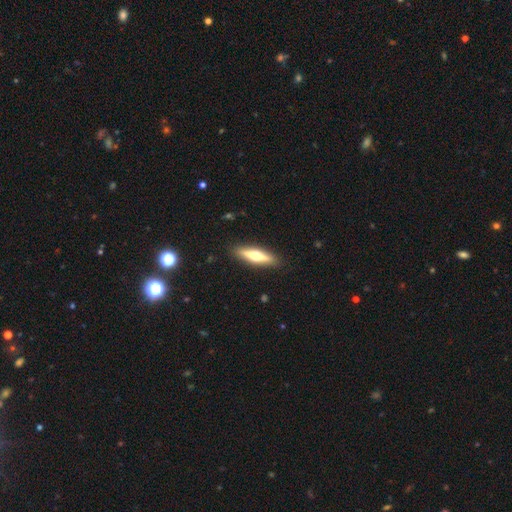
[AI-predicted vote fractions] smooth-or-featured: featured or disk: 53% | smooth: 42% | star or artifact: 6%
  disk-edge-on: yes: 93% | no: 7%
  merging: none: 90% | minor disturbance: 7% | major disturbance: 2% | merger: 1%